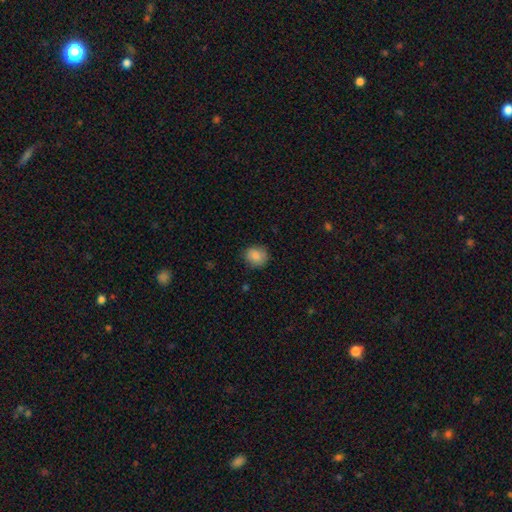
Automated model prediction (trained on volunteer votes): Smooth or featured?
  - smooth: 87% *
  - star or artifact: 8%
  - featured or disk: 5%
How rounded?
  - round: 75% *
  - in between: 24%
  - cigar-shaped: 1%
Merging?
  - none: 79% *
  - minor disturbance: 16%
  - major disturbance: 4%
  - merger: 1%